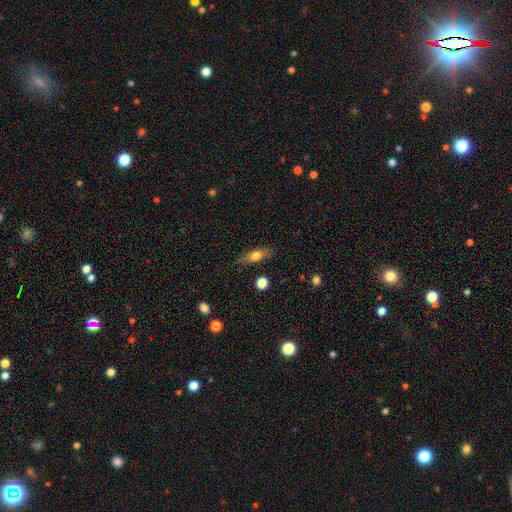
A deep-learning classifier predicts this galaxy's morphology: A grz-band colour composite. It shows a smooth galaxy with no disk features (70%) that is in between round and cigar-shaped (66%). Merging: none (82%).